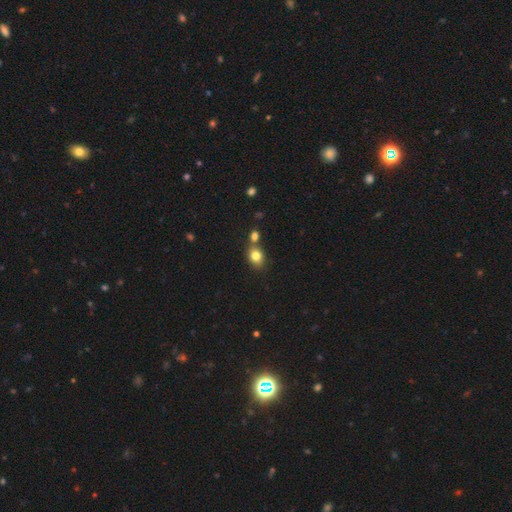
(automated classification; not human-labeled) A smooth galaxy with no disk features (81%) that is round (50%). Merging: none (55%).